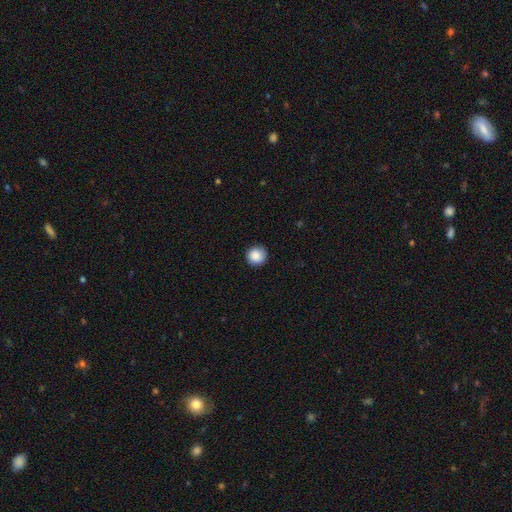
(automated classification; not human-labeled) Overall: smooth (88%). How rounded: round (95%). Merging: none (89%).